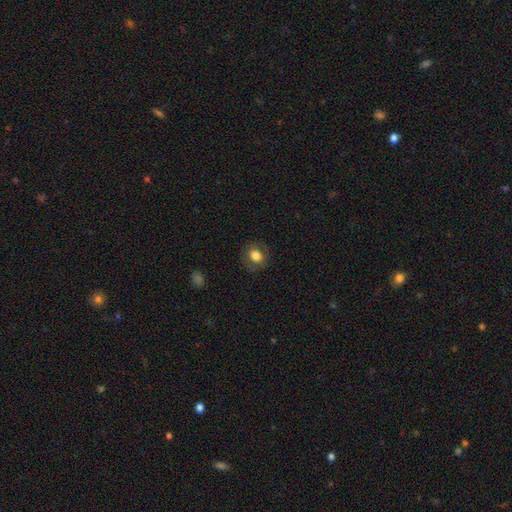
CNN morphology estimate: smooth-or-featured: smooth: 77% | featured or disk: 14% | star or artifact: 9%
  how-rounded: round: 66% | in between: 33% | cigar-shaped: 1%
  merging: none: 84% | minor disturbance: 11% | major disturbance: 4% | merger: 1%